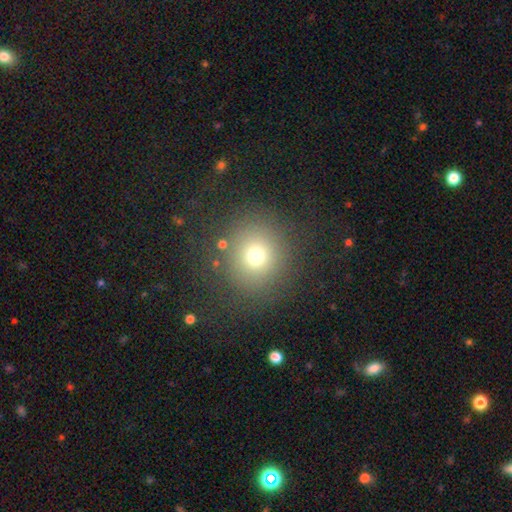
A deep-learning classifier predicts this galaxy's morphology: A smooth galaxy with no disk features (72%) that is round (89%). Merging: none (84%).